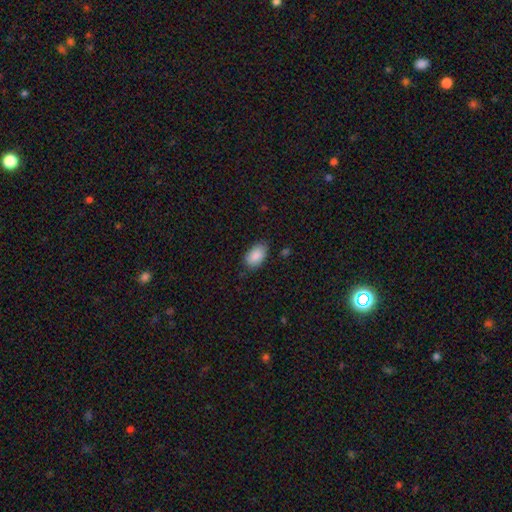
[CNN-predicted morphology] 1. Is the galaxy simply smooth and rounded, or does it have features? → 89% smooth, 7% star or artifact, 5% featured or disk.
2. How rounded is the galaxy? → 93% in between, 6% round, 1% cigar-shaped.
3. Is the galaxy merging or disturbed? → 77% none, 18% minor disturbance, 3% major disturbance, 1% merger.